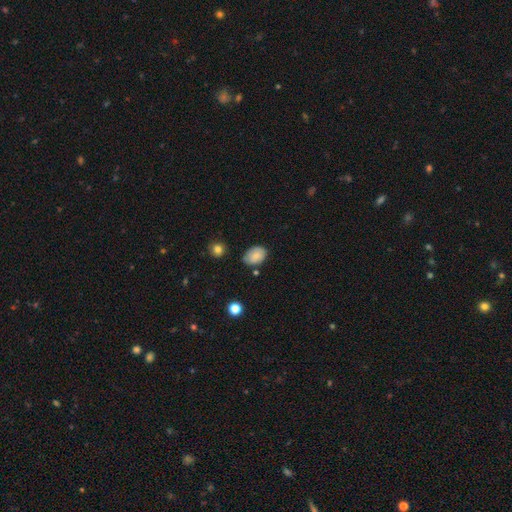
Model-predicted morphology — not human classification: smooth 82%, featured or disk 9%, star or artifact 9%. Down the decision tree: how rounded — in between (81%); merging — none (70%).